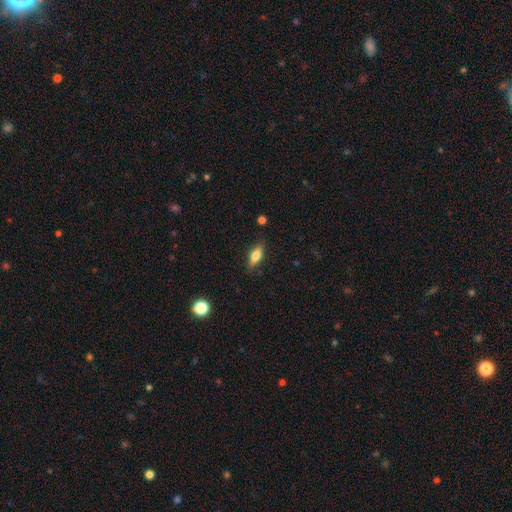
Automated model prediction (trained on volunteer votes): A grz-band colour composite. It shows a smooth galaxy with no disk features (78%) that is in between round and cigar-shaped (75%). Merging: none (84%).